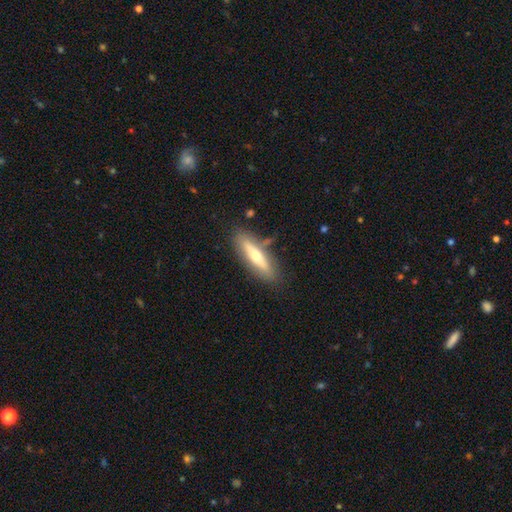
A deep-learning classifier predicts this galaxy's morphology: type=smooth (47%); merging=none (81%).